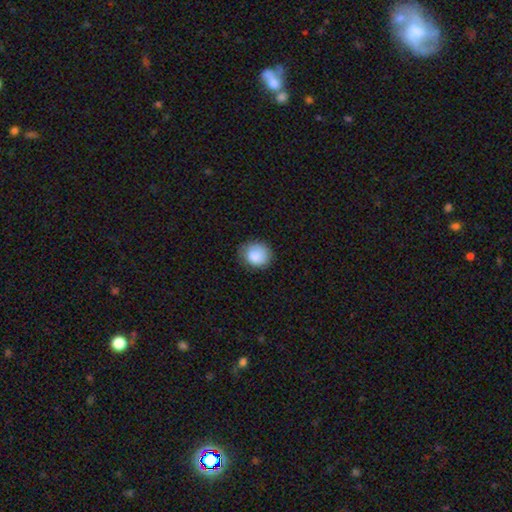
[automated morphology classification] This appears to be a smooth galaxy with no disk features (86%) that is round (76%). Merging: none (69%).